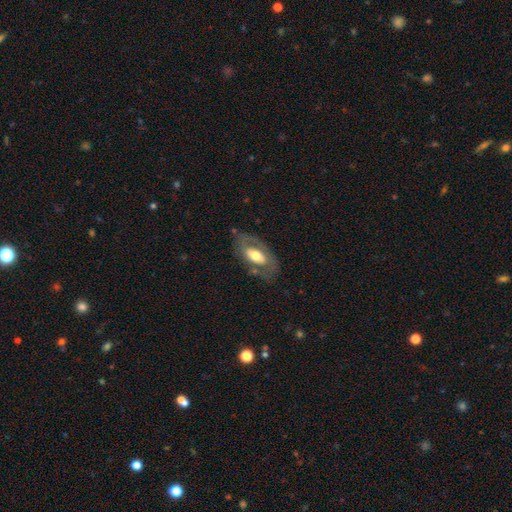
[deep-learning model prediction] smooth_or_featured: featured or disk (p=0.55) [alt: smooth p=0.40]
disk_edge_on: no (p=0.88) [alt: yes p=0.12]
merging: none (p=0.67) [alt: minor disturbance p=0.19]